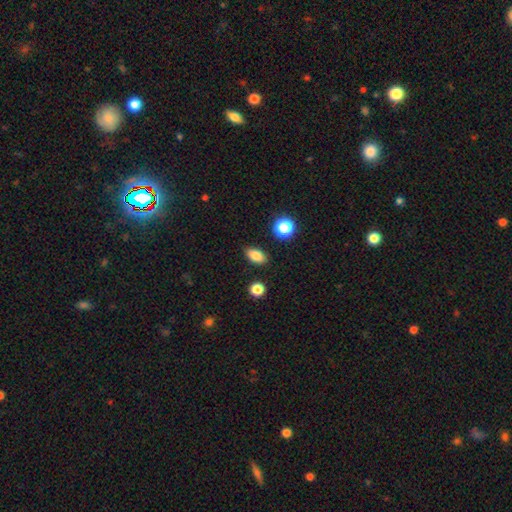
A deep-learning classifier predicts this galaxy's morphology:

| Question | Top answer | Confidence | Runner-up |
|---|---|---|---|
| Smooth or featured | smooth | 83% | star or artifact (10%) |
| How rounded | in between | 87% | round (10%) |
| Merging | none | 87% | minor disturbance (9%) |